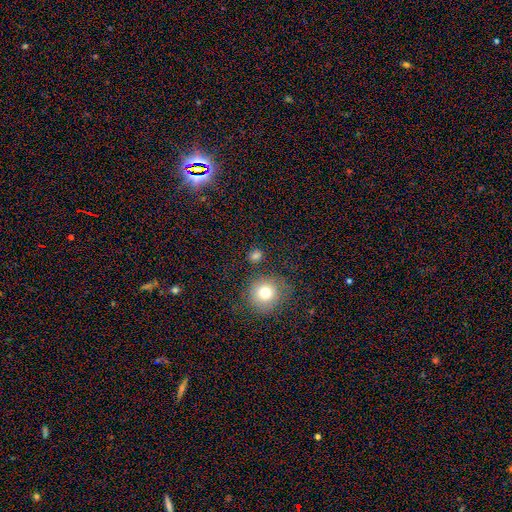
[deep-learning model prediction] A smooth galaxy with no disk features (78%) that is round (77%).

Vote fractions:
- Smooth or featured? smooth: 78% / star or artifact: 15% / featured or disk: 7%
- How rounded? round: 77% / in between: 22% / cigar-shaped: 1%
- Merging? none: 78% / minor disturbance: 11% / merger: 7% / major disturbance: 5%